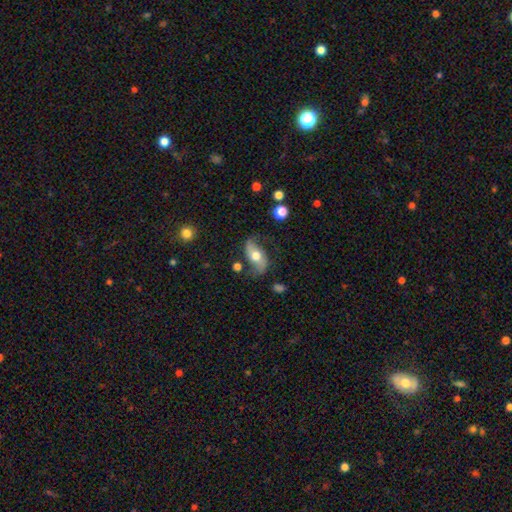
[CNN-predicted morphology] Smooth or featured? Predicted: featured or disk (p=0.64). Edge-on disk? Predicted: no (p=0.90). Bar? Predicted: no (p=0.59). Spiral arms? Predicted: yes (p=0.85). Bulge size? Predicted: moderate (p=0.68). Merging? Predicted: none (p=0.66).